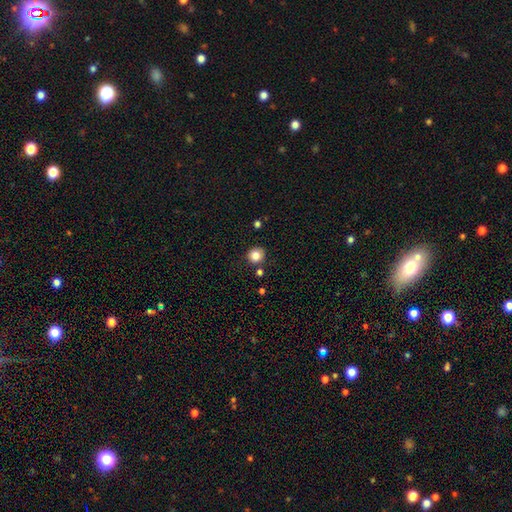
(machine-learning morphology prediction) A smooth galaxy with no disk features (82%) that is round (90%). Merging: none (85%).